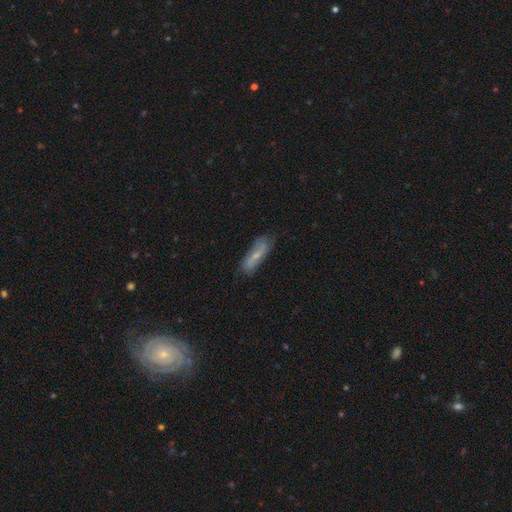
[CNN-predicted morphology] smooth_or_featured: featured or disk (p=0.49) [alt: smooth p=0.43]
merging: none (p=0.69) [alt: minor disturbance p=0.22]